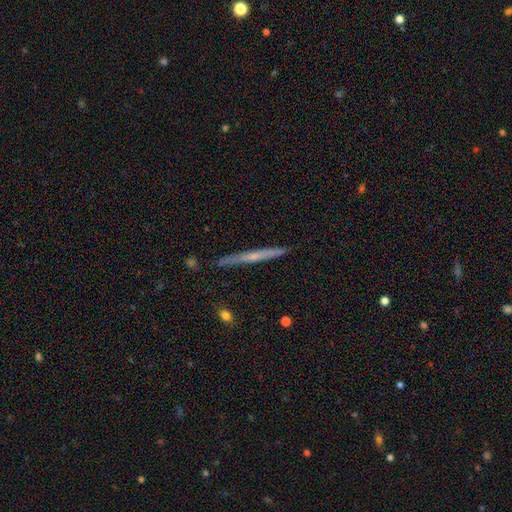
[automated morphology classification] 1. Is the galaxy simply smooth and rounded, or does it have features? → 62% featured or disk, 31% smooth, 7% star or artifact.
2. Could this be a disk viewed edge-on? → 97% yes, 3% no.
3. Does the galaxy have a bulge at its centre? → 56% none, 39% rounded, 5% boxy.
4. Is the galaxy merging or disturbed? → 90% none, 8% minor disturbance, 1% merger, 1% major disturbance.